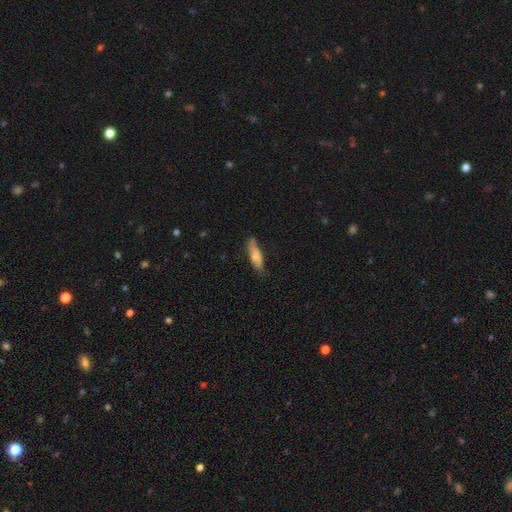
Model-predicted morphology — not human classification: Overall: smooth (69%). How rounded: cigar-shaped (66%; in between 32%). Merging: none (63%; minor disturbance 27%).